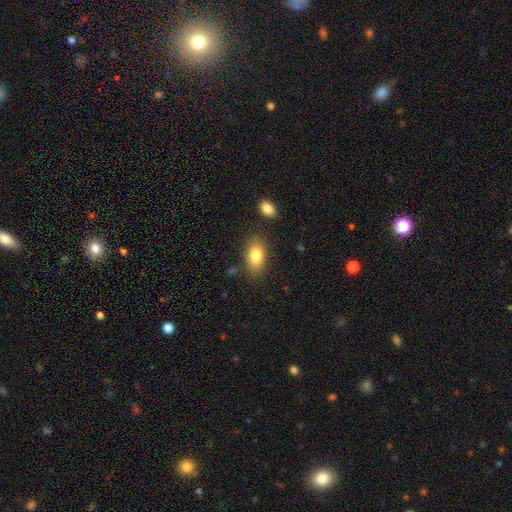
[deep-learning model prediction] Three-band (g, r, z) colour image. It shows a smooth galaxy with no disk features (81%) that is in between round and cigar-shaped (89%). Merging: none (81%).